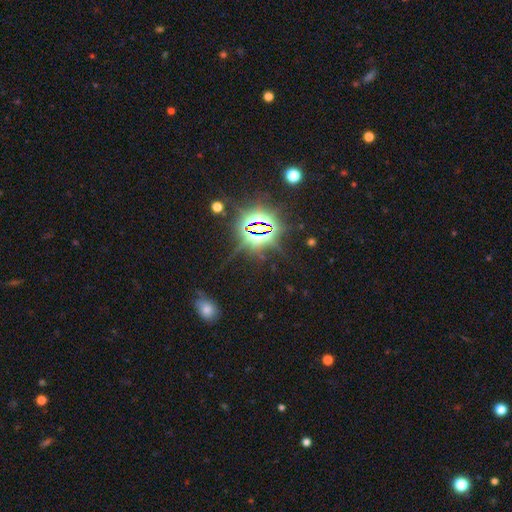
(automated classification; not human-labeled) Smooth or featured?
  - star or artifact: 81% *
  - smooth: 11%
  - featured or disk: 7%